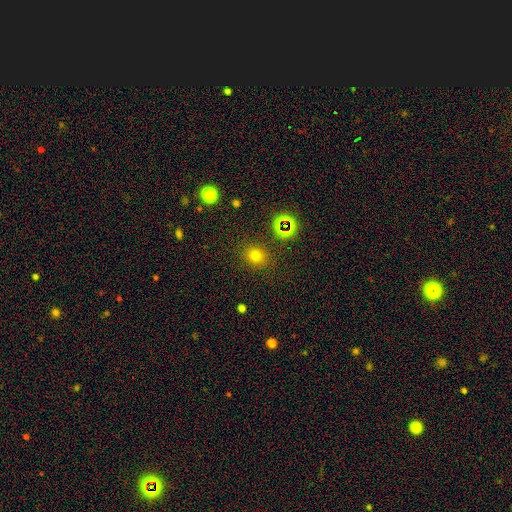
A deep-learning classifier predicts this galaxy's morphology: smooth 70%, star or artifact 22%, featured or disk 7%. Down the decision tree: how rounded — round (79%); merging — none (86%).